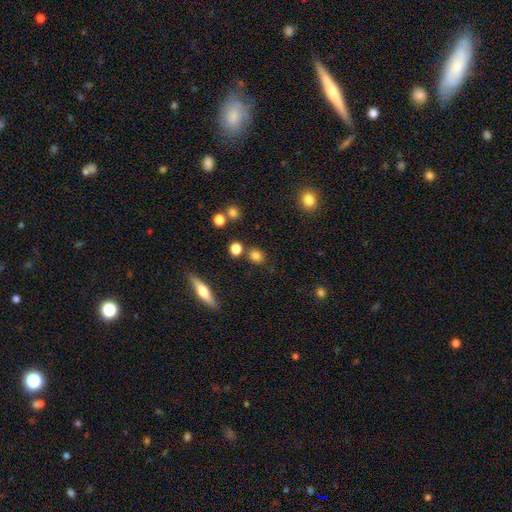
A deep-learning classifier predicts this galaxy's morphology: smooth 79%, star or artifact 13%, featured or disk 8%. Down the decision tree: how rounded — round (78%); merging — none (79%).